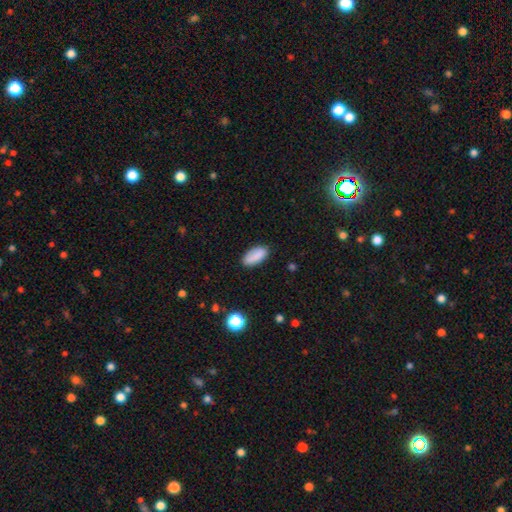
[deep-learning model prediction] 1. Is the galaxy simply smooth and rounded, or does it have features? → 87% smooth, 7% star or artifact, 5% featured or disk.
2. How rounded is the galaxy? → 88% in between, 10% cigar-shaped, 2% round.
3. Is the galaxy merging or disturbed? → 84% none, 12% minor disturbance, 3% major disturbance, 1% merger.